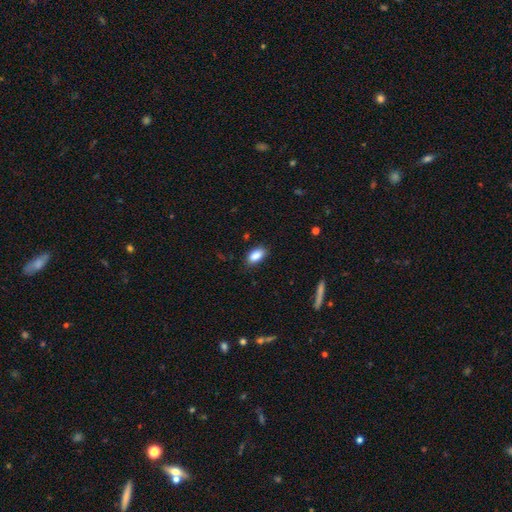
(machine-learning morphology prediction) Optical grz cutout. It shows a smooth galaxy with no disk features (88%) that is in between round and cigar-shaped (91%). Merging: none (84%).